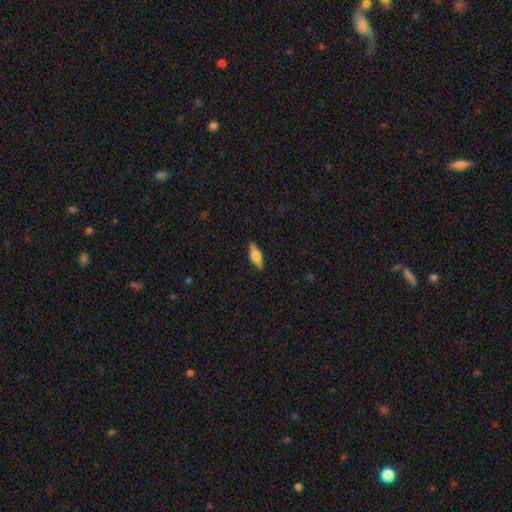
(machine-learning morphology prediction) smooth-or-featured: smooth: 56% | featured or disk: 37% | star or artifact: 6%
  how-rounded: in between: 57% | cigar-shaped: 40% | round: 3%
  merging: none: 88% | minor disturbance: 9% | major disturbance: 2% | merger: 1%